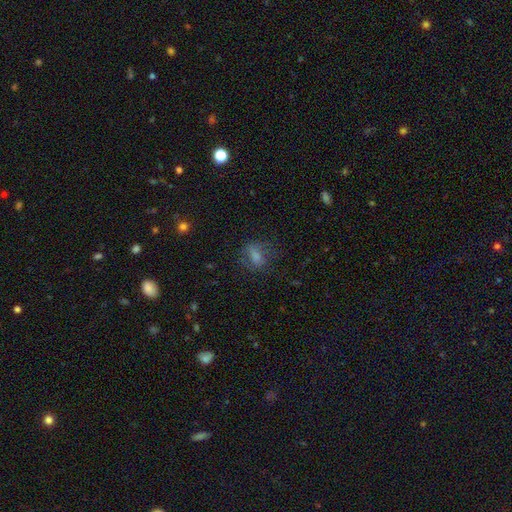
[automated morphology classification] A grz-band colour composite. It shows a smooth galaxy with no disk features (62%) that is in between round and cigar-shaped (64%). Merging: none (60%).